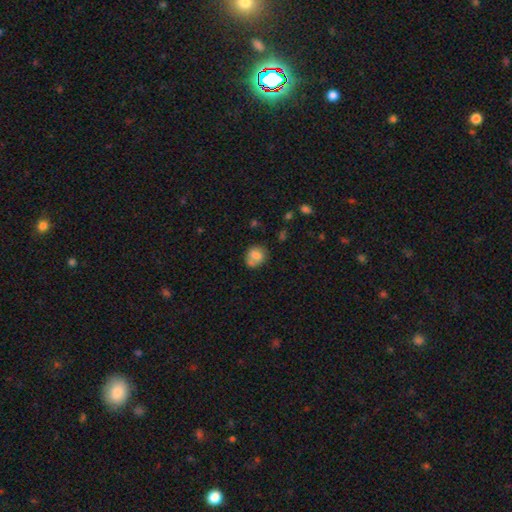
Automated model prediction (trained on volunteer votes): Smooth or featured? Predicted: smooth (p=0.74). How rounded? Predicted: round (p=0.66). Merging? Predicted: none (p=0.50).